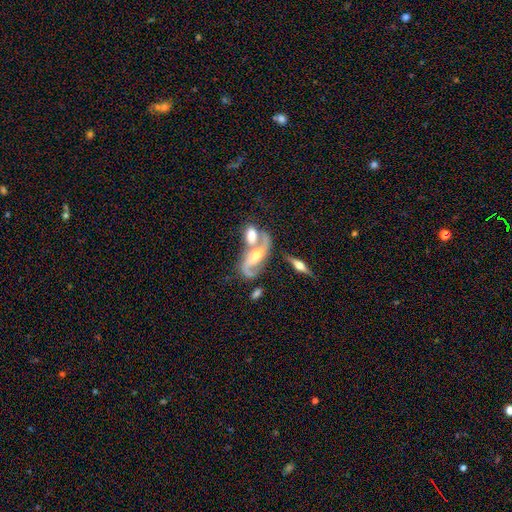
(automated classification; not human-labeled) Smooth or featured?
  - featured or disk: 82% *
  - smooth: 11%
  - star or artifact: 7%
Edge-on disk?
  - no: 90% *
  - yes: 10%
Bar?
  - weak: 36% *
  - no: 35%
  - strong: 29%
Spiral arms?
  - yes: 93% *
  - no: 7%
Spiral winding?
  - loose: 47% *
  - medium: 40%
  - tight: 13%
Spiral arm count?
  - 2: 90% *
  - can't tell: 4%
  - 1: 3%
  - 3: 1%
  - 4: 1%
  - more than 4: 1%
Bulge size?
  - moderate: 60% *
  - small: 25%
  - large: 10%
  - none: 3%
  - dominant: 2%
Merging?
  - merger: 45% *
  - none: 35%
  - minor disturbance: 12%
  - major disturbance: 8%